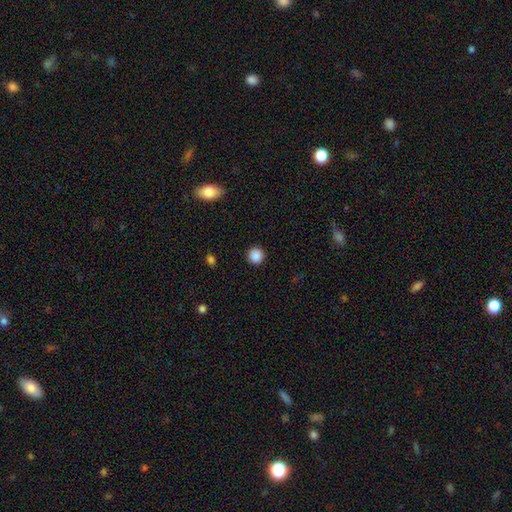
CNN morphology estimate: This appears to be a smooth galaxy with no disk features (88%) that is round (94%). Merging: none (92%).